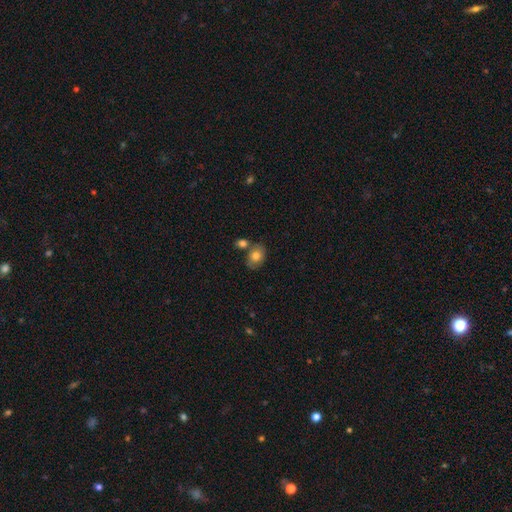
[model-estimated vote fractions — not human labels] smooth 78%, featured or disk 14%, star or artifact 8%. Down the decision tree: how rounded — in between (66%); merging — none (58%).